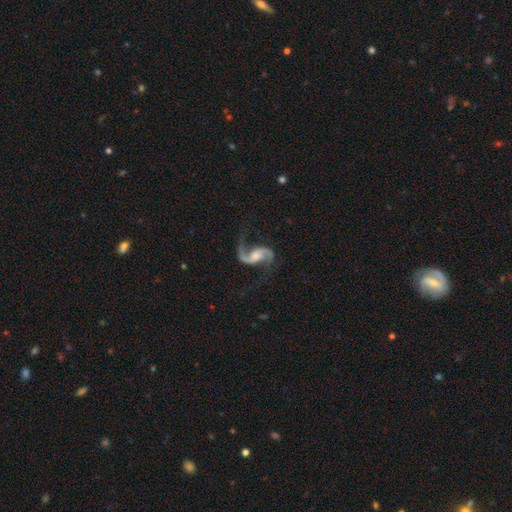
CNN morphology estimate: type=featured or disk (92%); edge-on=no (98%); bar=no (45%); spiral arms=yes (98%); winding=loose (66%); arm count=2 (93%); bulge=moderate (37%); merging=none (71%).